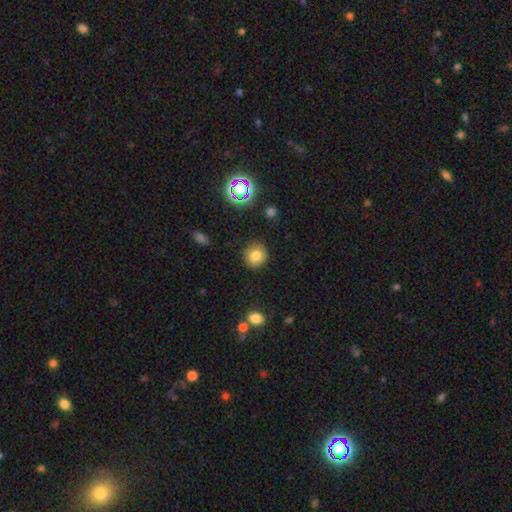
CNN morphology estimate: Smooth or featured? smooth (79%)
How rounded? round (90%)
Merging? none (89%)